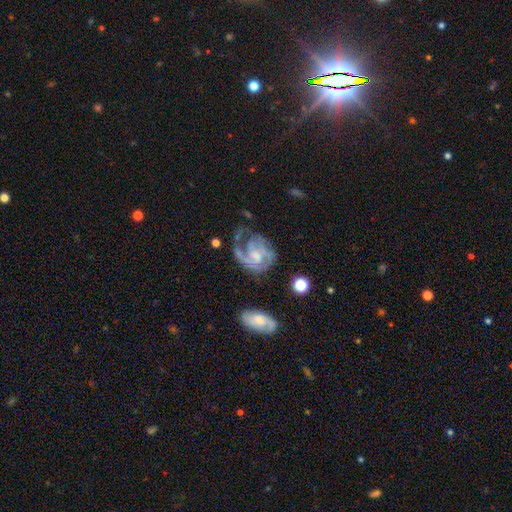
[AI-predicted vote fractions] This appears to be a featured or disk galaxy (79%) with no bar (59%), 2 (29%) medium (42%) spiral arms (87%) and a small central bulge (39%). Merging: none (39%).